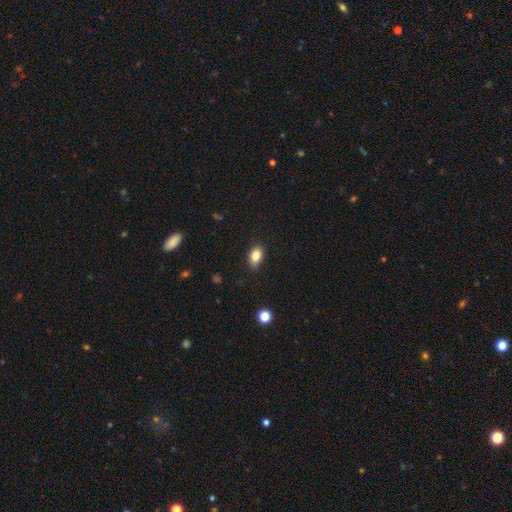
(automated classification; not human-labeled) Overall: smooth (83%). How rounded: in between (86%). Merging: none (84%).